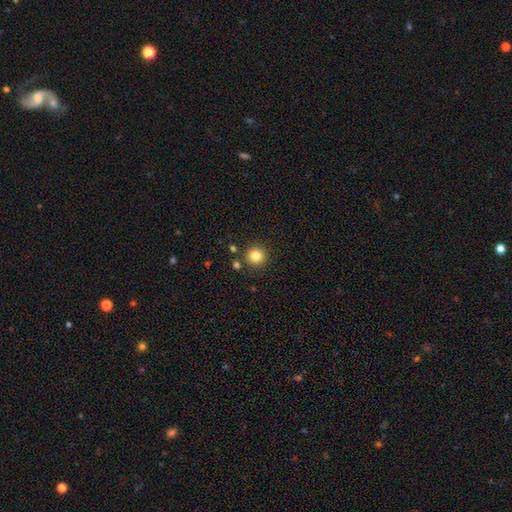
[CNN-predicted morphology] smooth-or-featured: smooth: 82% | star or artifact: 12% | featured or disk: 6%
  how-rounded: round: 94% | in between: 5% | cigar-shaped: 1%
  merging: none: 87% | minor disturbance: 7% | merger: 5% | major disturbance: 2%